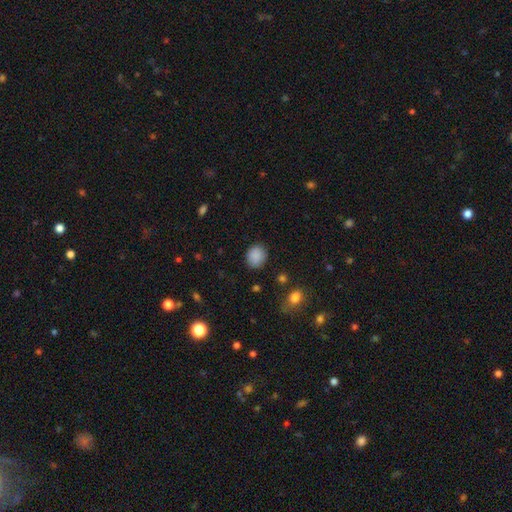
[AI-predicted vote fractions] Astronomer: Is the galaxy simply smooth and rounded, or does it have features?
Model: smooth — 88%.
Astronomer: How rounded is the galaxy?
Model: round — 68%.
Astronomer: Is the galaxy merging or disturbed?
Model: none — 84%.